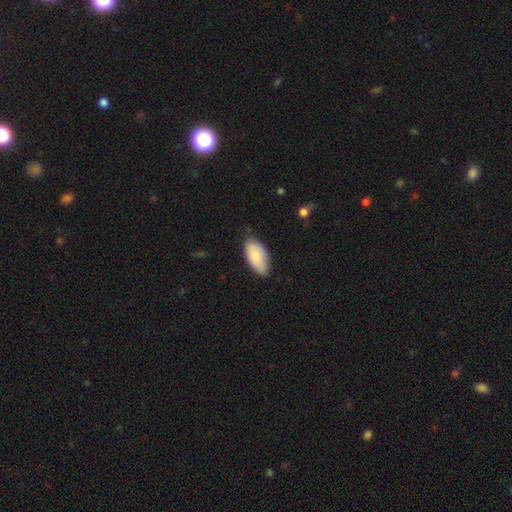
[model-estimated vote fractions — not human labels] The model was most divided on "merging": none: 73%, minor disturbance: 22%, major disturbance: 3%, merger: 1%. More confident: how rounded — in between (94%); smooth or featured — smooth (84%).